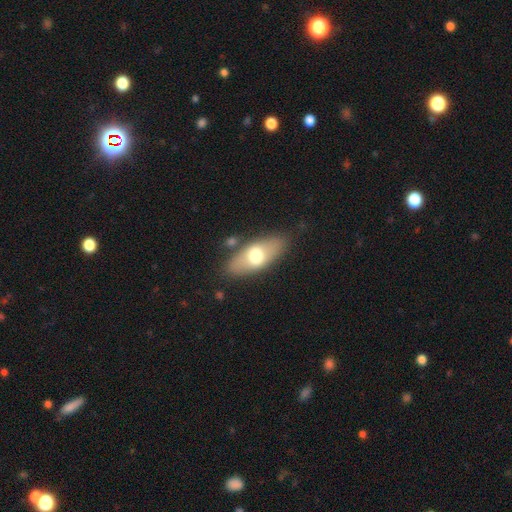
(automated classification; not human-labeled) smooth 62%, featured or disk 31%, star or artifact 7%. Down the decision tree: how rounded — in between (80%); merging — none (80%).